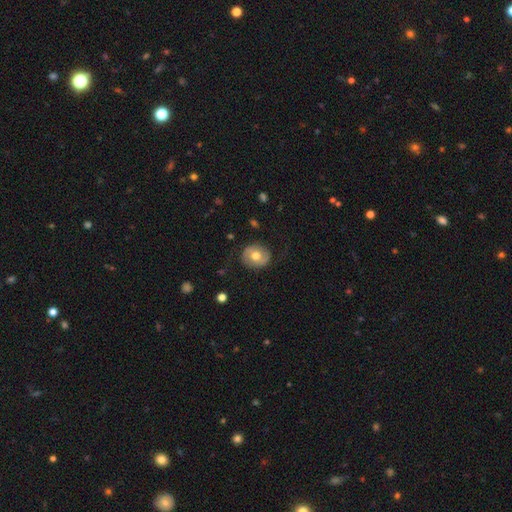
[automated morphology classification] A smooth galaxy with no disk features (55%) that is round (76%).

Vote fractions:
- Smooth or featured? smooth: 55% / featured or disk: 38% / star or artifact: 7%
- How rounded? round: 76% / in between: 23% / cigar-shaped: 1%
- Merging? none: 81% / minor disturbance: 13% / major disturbance: 4% / merger: 1%